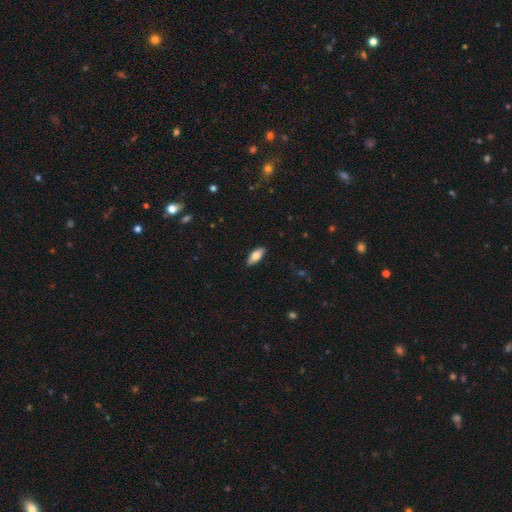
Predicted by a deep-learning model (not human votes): This is likely a smooth galaxy (70%). How rounded: clearly in between (80%). Merging: clearly none (89%).